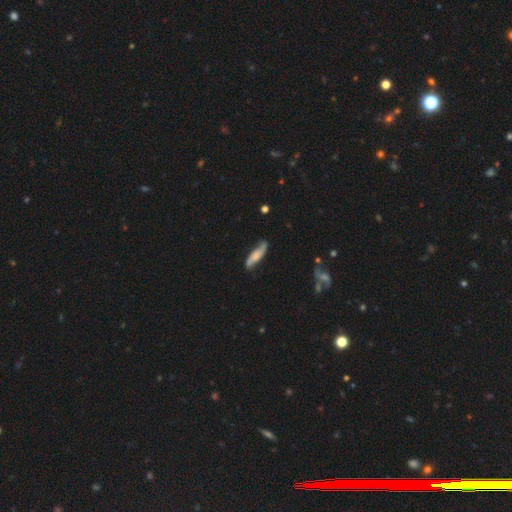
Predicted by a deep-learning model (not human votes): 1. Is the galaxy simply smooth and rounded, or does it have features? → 54% featured or disk, 40% smooth, 7% star or artifact.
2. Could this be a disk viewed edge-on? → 70% no, 30% yes.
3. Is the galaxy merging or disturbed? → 72% none, 20% minor disturbance, 5% major disturbance, 3% merger.